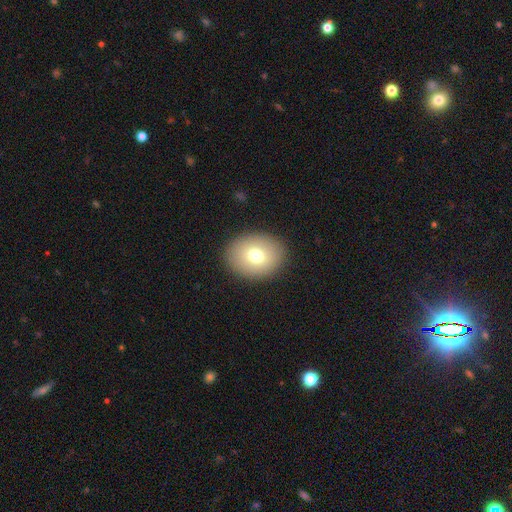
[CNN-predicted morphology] Smooth or featured: smooth — 75% (featured or disk — 15%)
How rounded: in between — 58% (round — 41%)
Merging: none — 89% (minor disturbance — 7%)